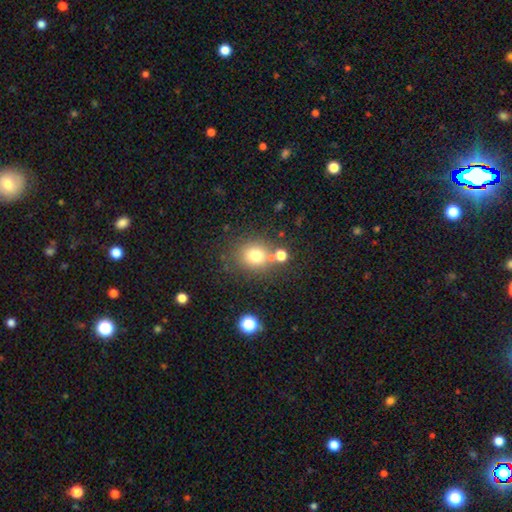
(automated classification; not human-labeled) smooth 74%, star or artifact 15%, featured or disk 11%. Down the decision tree: how rounded — round (80%); merging — none (69%).